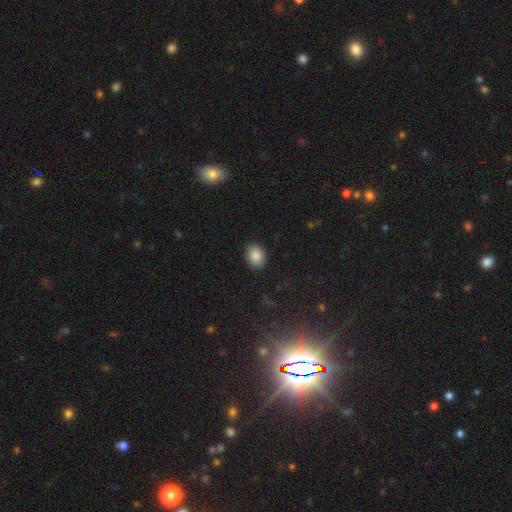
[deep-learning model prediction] Smooth or featured? smooth (87%)
How rounded? in between (68%)
Merging? none (88%)